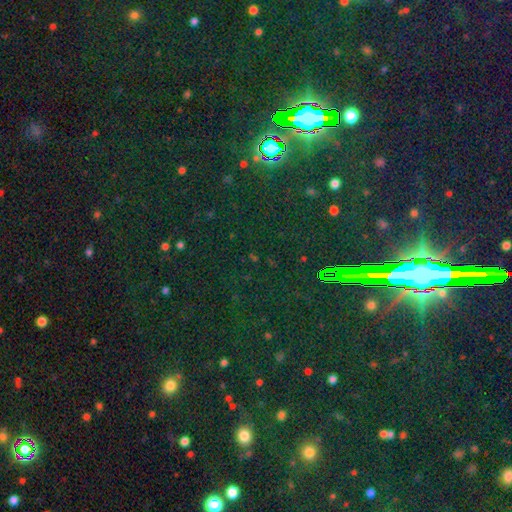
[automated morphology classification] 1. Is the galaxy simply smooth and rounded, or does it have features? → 82% star or artifact, 11% smooth, 7% featured or disk.